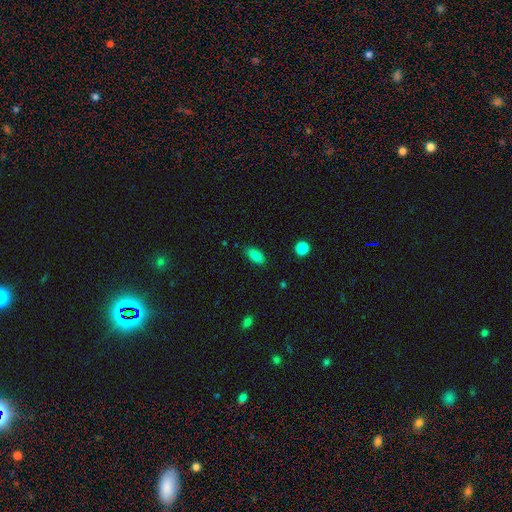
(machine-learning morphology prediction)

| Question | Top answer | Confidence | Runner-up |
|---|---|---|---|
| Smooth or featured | smooth | 86% | star or artifact (9%) |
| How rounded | in between | 88% | cigar-shaped (8%) |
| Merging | none | 83% | minor disturbance (12%) |